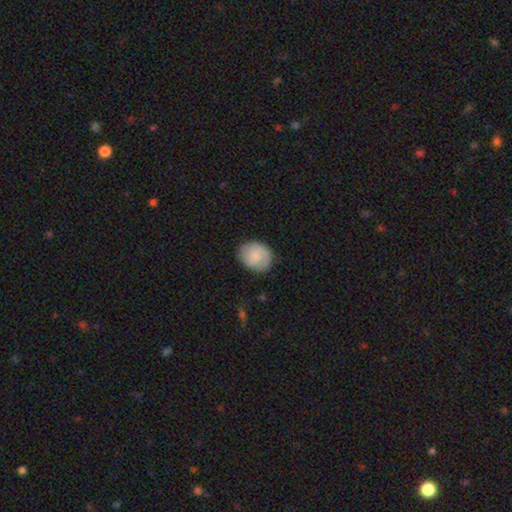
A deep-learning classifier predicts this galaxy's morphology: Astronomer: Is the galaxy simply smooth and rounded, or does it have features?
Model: smooth — 73%.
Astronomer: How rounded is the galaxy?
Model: round — 59% (runner-up: in between, 40%).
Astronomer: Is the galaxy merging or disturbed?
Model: none — 77%.